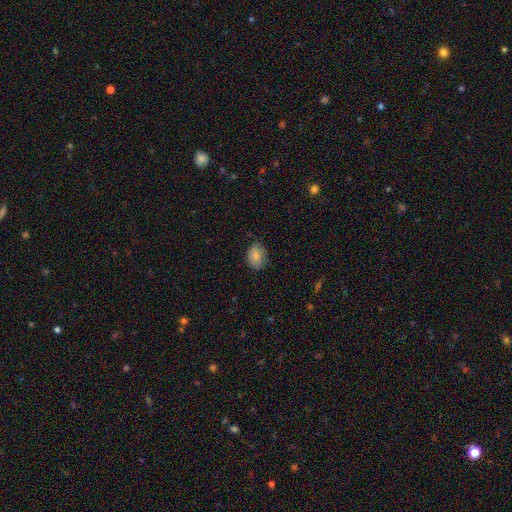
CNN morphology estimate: A smooth galaxy with no disk features (83%) that is in between round and cigar-shaped (72%).

Vote fractions:
- Smooth or featured? smooth: 83% / featured or disk: 9% / star or artifact: 8%
- How rounded? in between: 72% / round: 27% / cigar-shaped: 1%
- Merging? none: 74% / minor disturbance: 21% / major disturbance: 4% / merger: 1%